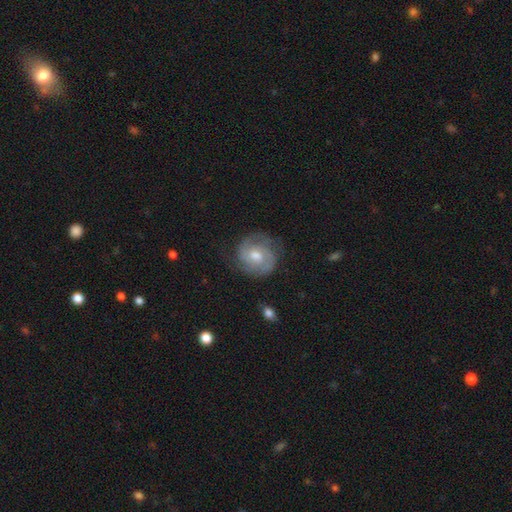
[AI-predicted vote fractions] Smooth or featured? featured or disk (76%)
Edge-on disk? no (98%)
Bar? no (55%)
Spiral arms? yes (94%)
Spiral winding? tight (55%)
Spiral arm count? 2 (65%)
Bulge size? moderate (71%)
Merging? none (74%)